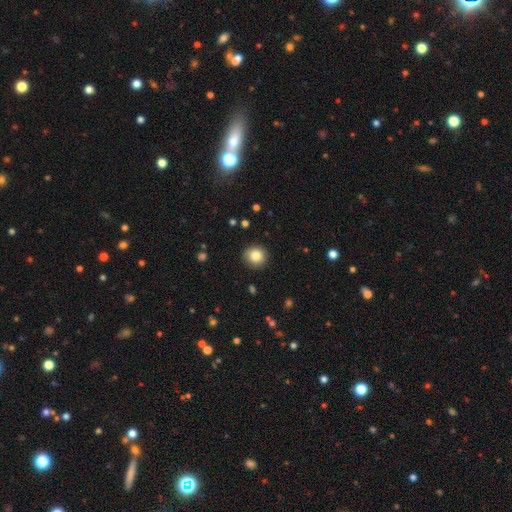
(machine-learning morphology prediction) This appears to be a smooth galaxy with no disk features (83%) that is round (92%). Merging: none (91%).